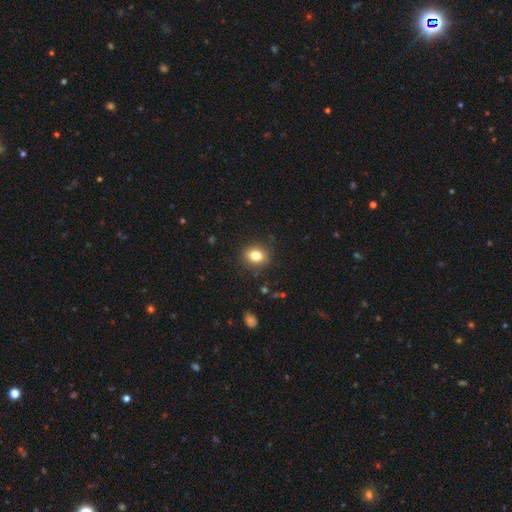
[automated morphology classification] smooth_or_featured: smooth (p=0.81) [alt: star or artifact p=0.11]
how_rounded: round (p=0.54) [alt: in between p=0.45]
merging: none (p=0.87) [alt: minor disturbance p=0.10]